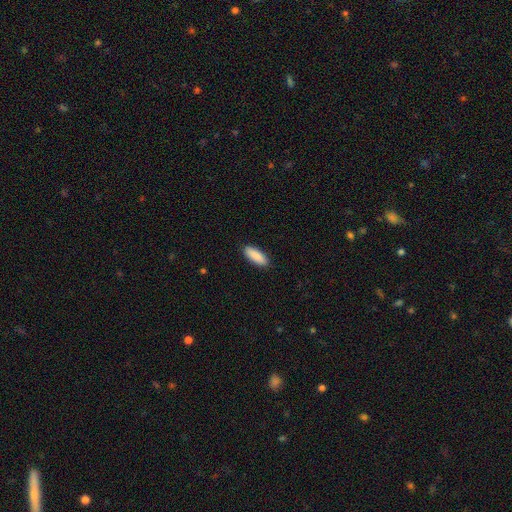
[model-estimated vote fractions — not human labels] Morphology: type=smooth (90%); roundness=in between (69%); merging=none (90%).